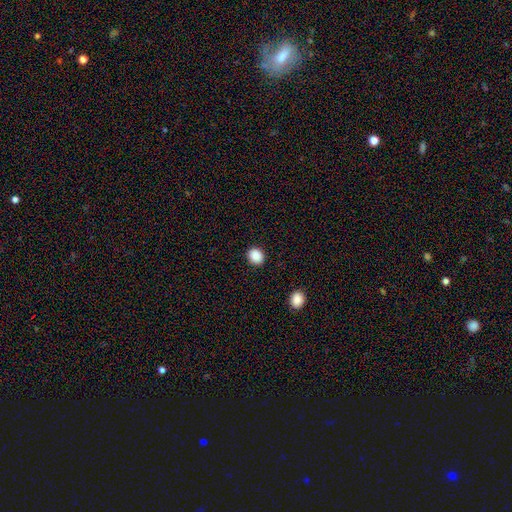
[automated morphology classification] smooth 89%, star or artifact 9%, featured or disk 2%. Down the decision tree: how rounded — round (69%); merging — none (91%).